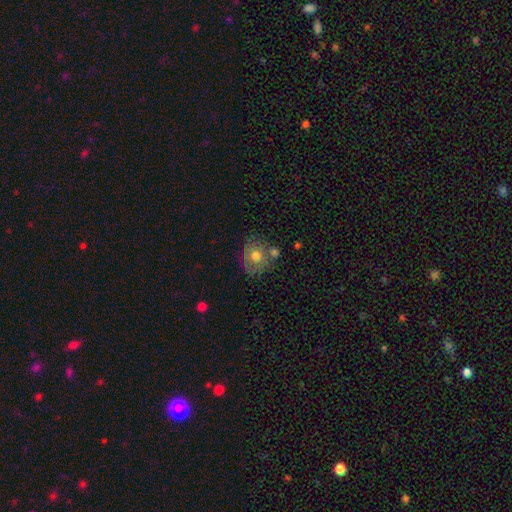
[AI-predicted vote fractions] Smooth or featured? Predicted: smooth (p=0.63). How rounded? Predicted: round (p=0.72). Merging? Predicted: none (p=0.56).